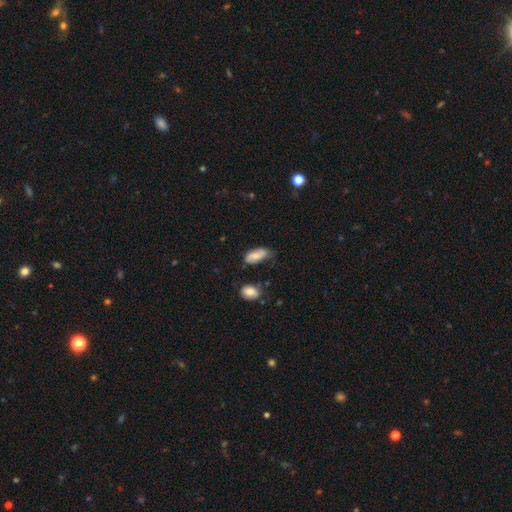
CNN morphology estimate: smooth_or_featured: smooth (p=0.73) [alt: featured or disk p=0.19]
how_rounded: in between (p=0.86) [alt: cigar-shaped p=0.11]
merging: none (p=0.53) [alt: minor disturbance p=0.33]